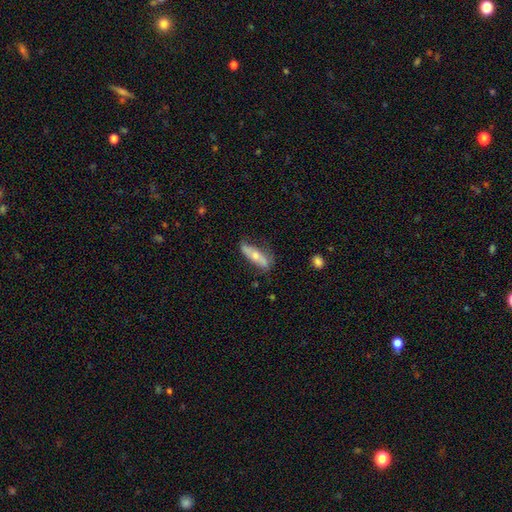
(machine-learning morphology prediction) smooth_or_featured: smooth (p=0.51) [alt: featured or disk p=0.43]
how_rounded: cigar-shaped (p=0.55) [alt: in between p=0.42]
merging: none (p=0.64) [alt: minor disturbance p=0.25]